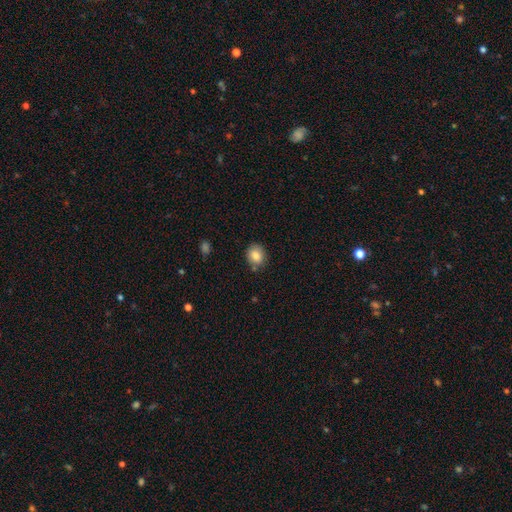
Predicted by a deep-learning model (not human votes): Overall: smooth (83%). How rounded: round (62%; in between 38%). Merging: none (77%).